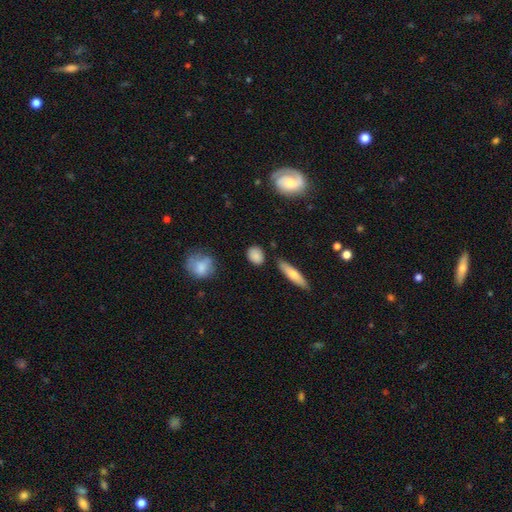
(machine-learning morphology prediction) A smooth galaxy with no disk features (83%) that is round (53%). Merging: none (80%).